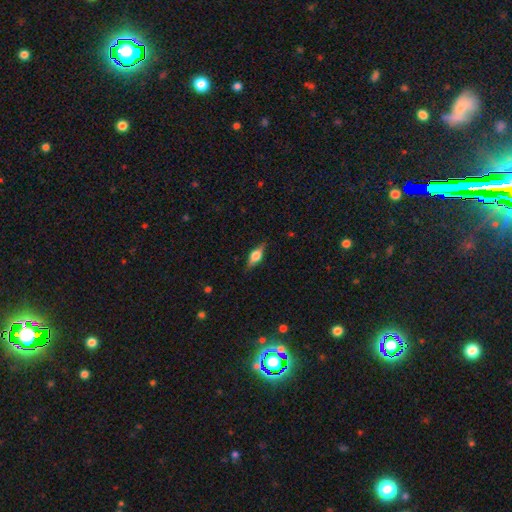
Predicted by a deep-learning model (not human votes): Smooth or featured? featured or disk (57%)
Edge-on disk? yes (95%)
Edge-on bulge? rounded (90%)
Merging? none (84%)